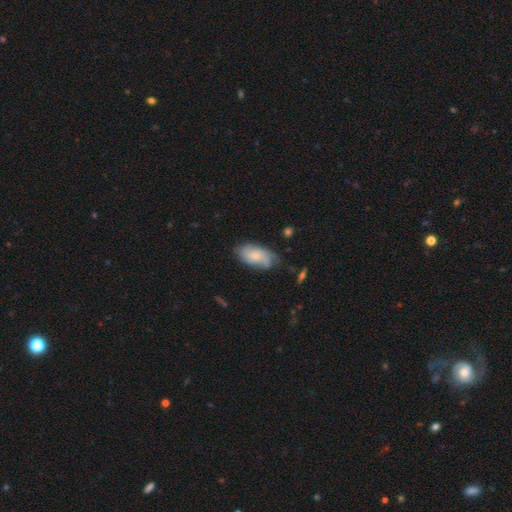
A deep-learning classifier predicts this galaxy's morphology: Smooth or featured? Predicted: smooth (p=0.55). How rounded? Predicted: in between (p=0.92). Merging? Predicted: none (p=0.55).